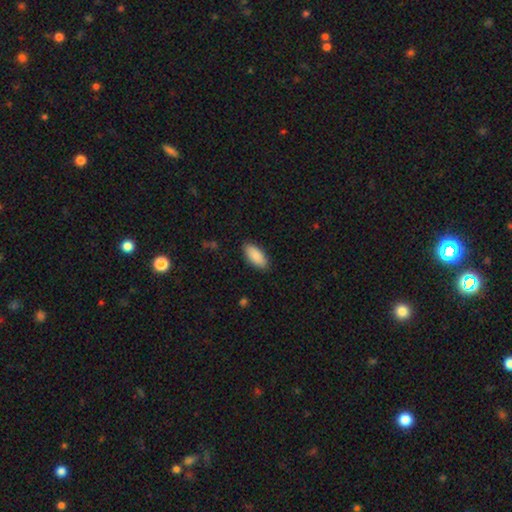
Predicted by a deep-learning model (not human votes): smooth_or_featured: smooth (p=0.90) [alt: star or artifact p=0.06]
how_rounded: in between (p=0.89) [alt: cigar-shaped p=0.09]
merging: none (p=0.88) [alt: minor disturbance p=0.09]